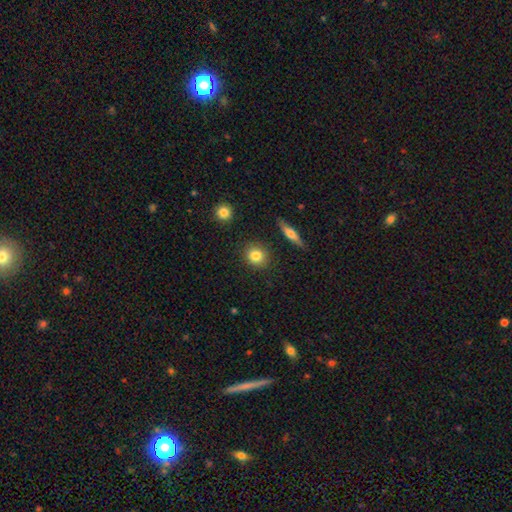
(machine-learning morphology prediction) Q: Smooth or featured?
A: smooth (82%); runner-up: star or artifact (9%)
Q: How rounded?
A: round (85%); runner-up: in between (13%)
Q: Merging?
A: none (88%); runner-up: minor disturbance (7%)